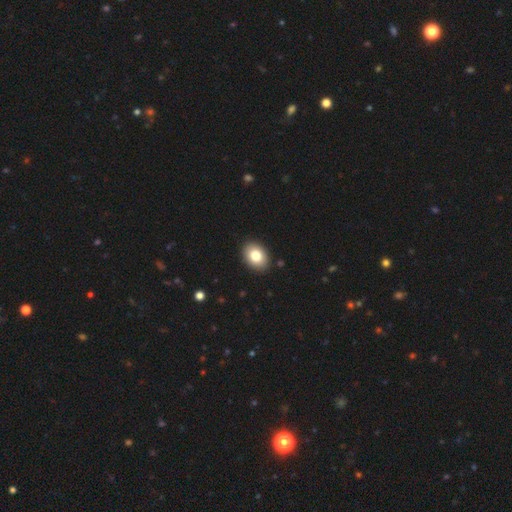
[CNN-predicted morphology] Overall: smooth (82%). How rounded: in between (73%). Merging: none (90%).